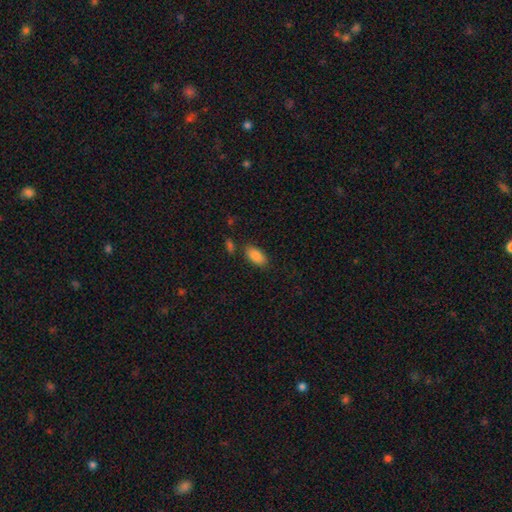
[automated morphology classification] The model was most divided on "merging": none: 79%, minor disturbance: 12%, merger: 6%, major disturbance: 3%. More confident: how rounded — in between (92%); smooth or featured — smooth (88%).